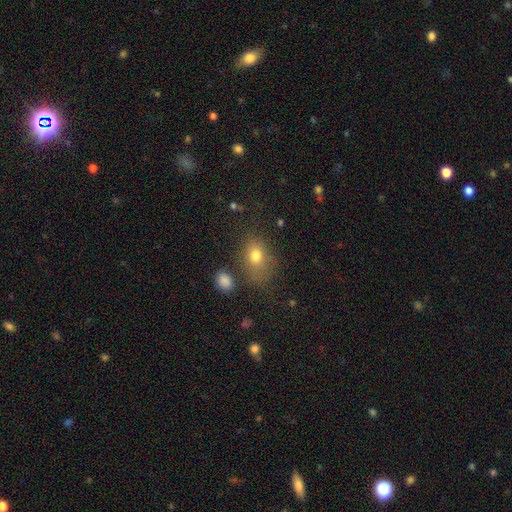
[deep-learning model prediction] smooth_or_featured: smooth (p=0.75) [alt: star or artifact p=0.13]
how_rounded: in between (p=0.70) [alt: round p=0.29]
merging: none (p=0.60) [alt: minor disturbance p=0.22]